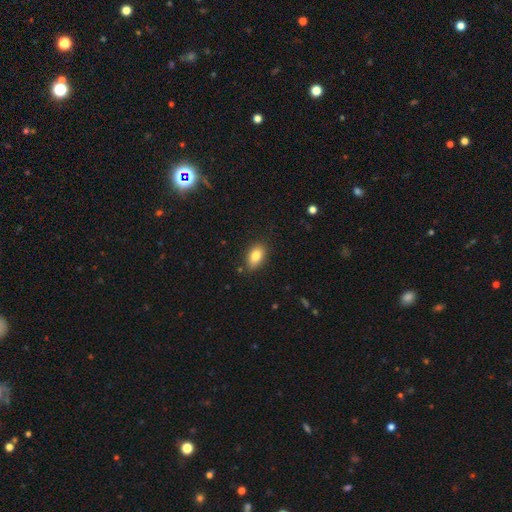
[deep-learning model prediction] This appears to be a smooth galaxy with no disk features (82%) that is in between round and cigar-shaped (89%). Merging: none (84%).